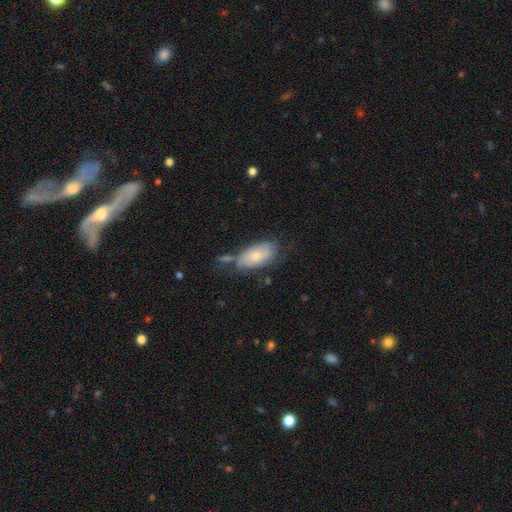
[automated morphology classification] Smooth or featured?
  - smooth: 65% *
  - featured or disk: 28%
  - star or artifact: 7%
How rounded?
  - in between: 92% *
  - cigar-shaped: 5%
  - round: 3%
Merging?
  - none: 49% *
  - minor disturbance: 27%
  - merger: 13%
  - major disturbance: 11%